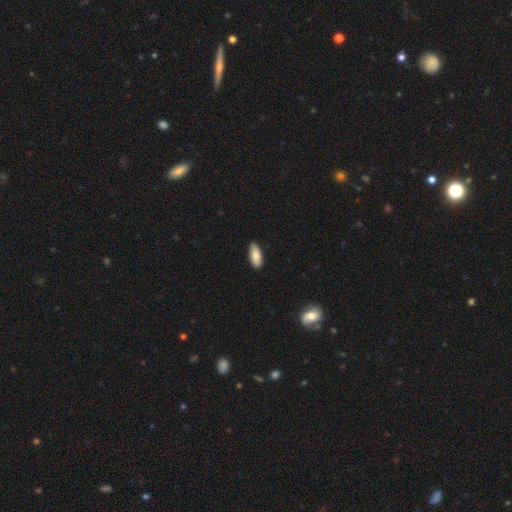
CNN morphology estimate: Q: Smooth or featured?
A: smooth (85%); runner-up: featured or disk (9%)
Q: How rounded?
A: in between (83%); runner-up: cigar-shaped (15%)
Q: Merging?
A: none (82%); runner-up: minor disturbance (15%)